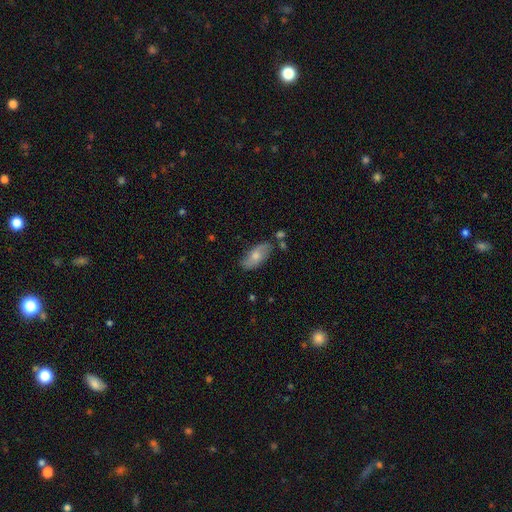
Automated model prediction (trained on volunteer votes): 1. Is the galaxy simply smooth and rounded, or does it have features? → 65% smooth, 28% featured or disk, 6% star or artifact.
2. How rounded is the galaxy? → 89% in between, 8% cigar-shaped, 3% round.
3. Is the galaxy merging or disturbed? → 74% none, 18% minor disturbance, 5% merger, 4% major disturbance.